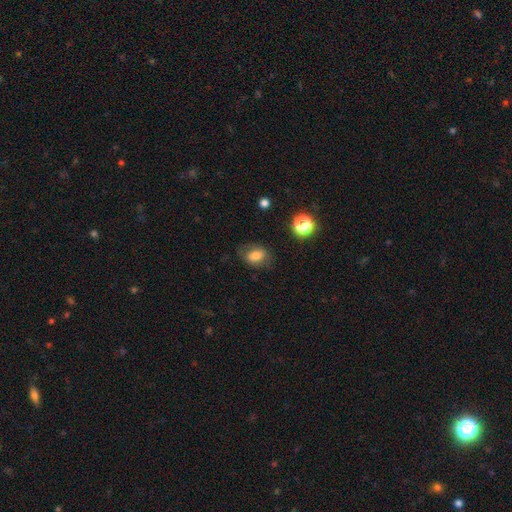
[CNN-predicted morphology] A smooth galaxy with no disk features (72%) that is in between round and cigar-shaped (73%).

Vote fractions:
- Smooth or featured? smooth: 72% / featured or disk: 17% / star or artifact: 11%
- How rounded? in between: 73% / round: 25% / cigar-shaped: 1%
- Merging? none: 71% / minor disturbance: 19% / major disturbance: 9% / merger: 2%